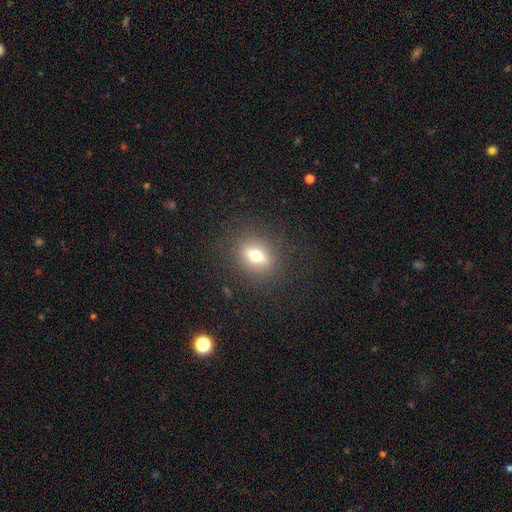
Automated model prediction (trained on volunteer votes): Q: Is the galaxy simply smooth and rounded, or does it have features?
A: smooth — 68%.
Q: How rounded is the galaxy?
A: in between — 54%.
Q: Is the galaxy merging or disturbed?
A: none — 84%.